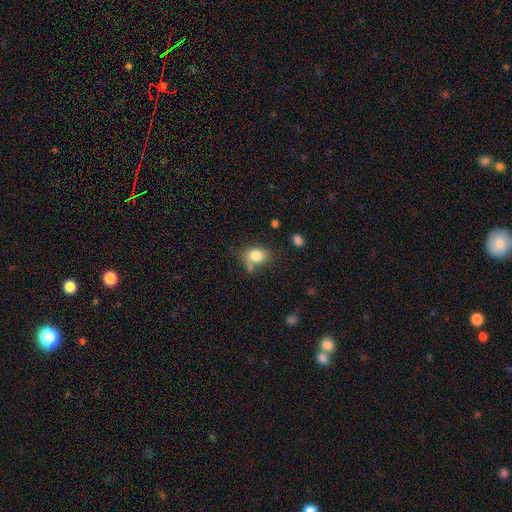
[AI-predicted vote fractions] smooth_or_featured: smooth (p=0.80) [alt: featured or disk p=0.10]
how_rounded: in between (p=0.58) [alt: round p=0.40]
merging: none (p=0.54) [alt: minor disturbance p=0.24]